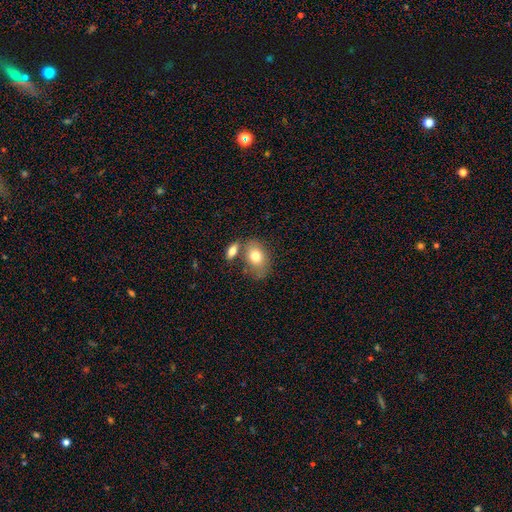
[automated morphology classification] A smooth galaxy with no disk features (77%) that is in between round and cigar-shaped (82%). Merging: none (52%).